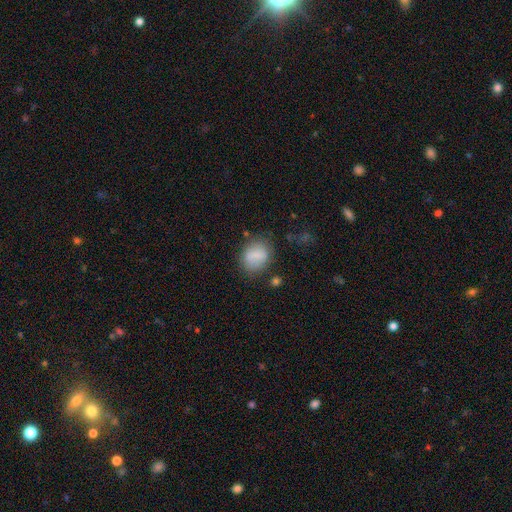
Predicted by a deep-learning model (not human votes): Q: Smooth or featured?
A: smooth (75%); runner-up: featured or disk (16%)
Q: How rounded?
A: round (51%); runner-up: in between (47%)
Q: Merging?
A: none (68%); runner-up: minor disturbance (18%)